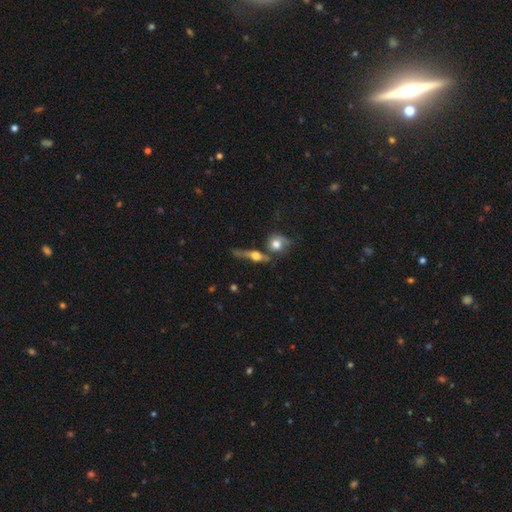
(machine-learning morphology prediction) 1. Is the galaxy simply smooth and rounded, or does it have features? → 48% featured or disk, 42% smooth, 10% star or artifact.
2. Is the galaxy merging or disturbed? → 39% none, 31% merger, 16% minor disturbance, 14% major disturbance.